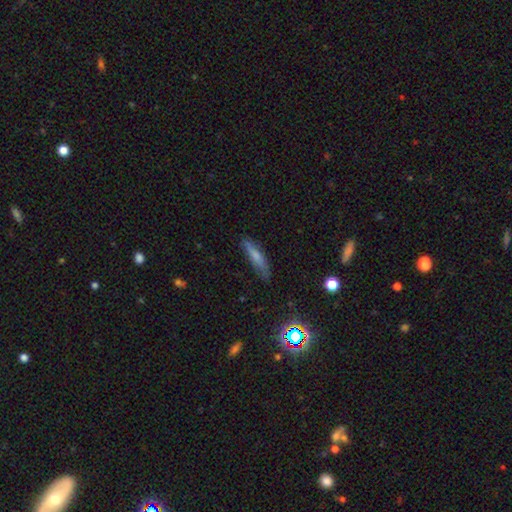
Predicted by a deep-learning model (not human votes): Smooth or featured? Predicted: smooth (p=0.65). How rounded? Predicted: cigar-shaped (p=0.80). Merging? Predicted: none (p=0.71).